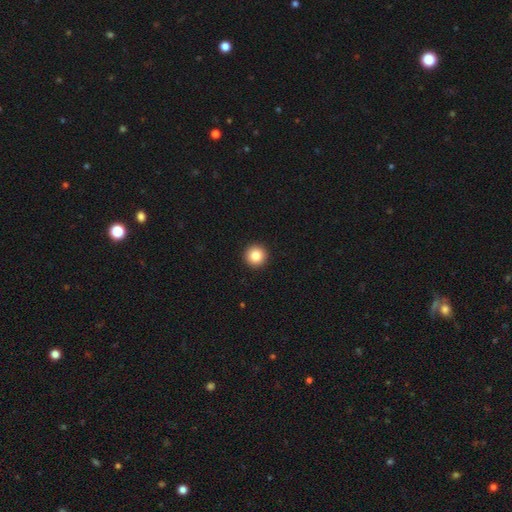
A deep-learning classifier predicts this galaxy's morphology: Overall: smooth (85%). How rounded: round (97%). Merging: none (94%).